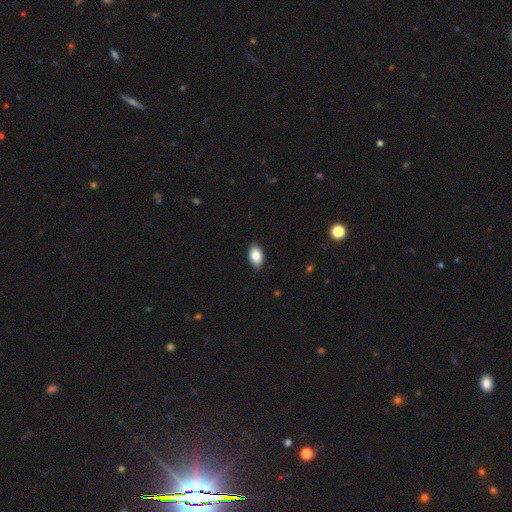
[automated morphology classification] Smooth or featured?
  - smooth: 87% *
  - star or artifact: 7%
  - featured or disk: 7%
How rounded?
  - in between: 94% *
  - round: 4%
  - cigar-shaped: 2%
Merging?
  - none: 89% *
  - minor disturbance: 9%
  - major disturbance: 2%
  - merger: 1%